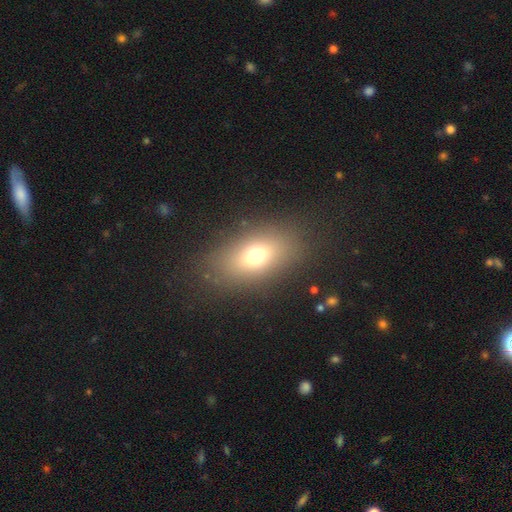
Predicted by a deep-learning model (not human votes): Morphology: type=smooth (70%); roundness=in between (81%); merging=none (82%).